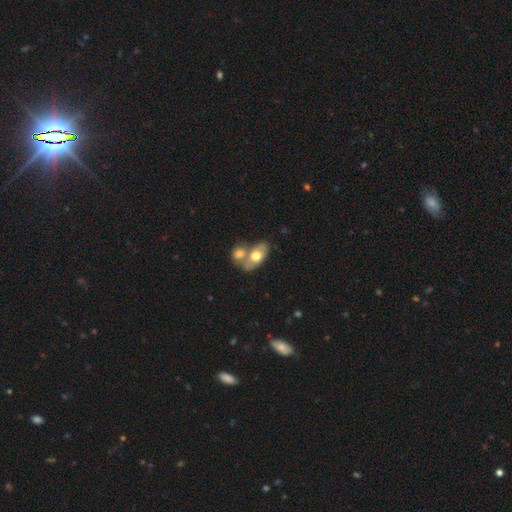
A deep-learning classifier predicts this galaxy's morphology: Smooth or featured: smooth — 64% (featured or disk — 29%)
How rounded: in between — 86% (round — 11%)
Merging: merger — 56% (none — 29%)